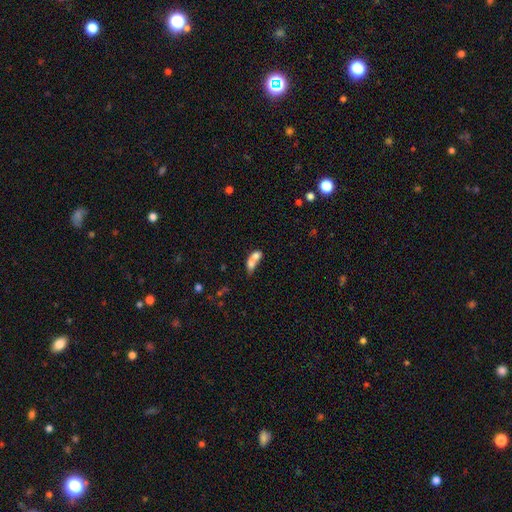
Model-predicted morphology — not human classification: The model was most divided on "smooth or featured": smooth: 65%, featured or disk: 22%, star or artifact: 13%. More confident: merging — merger (67%); how rounded — in between (65%).